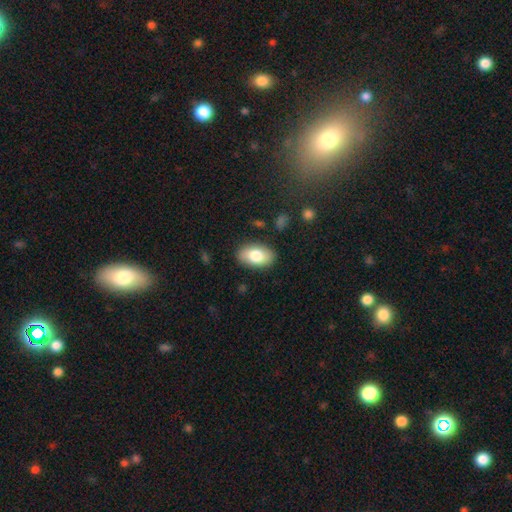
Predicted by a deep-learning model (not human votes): Smooth or featured?
  - smooth: 77% *
  - featured or disk: 16%
  - star or artifact: 6%
How rounded?
  - in between: 93% *
  - round: 6%
  - cigar-shaped: 2%
Merging?
  - none: 86% *
  - minor disturbance: 10%
  - major disturbance: 3%
  - merger: 1%